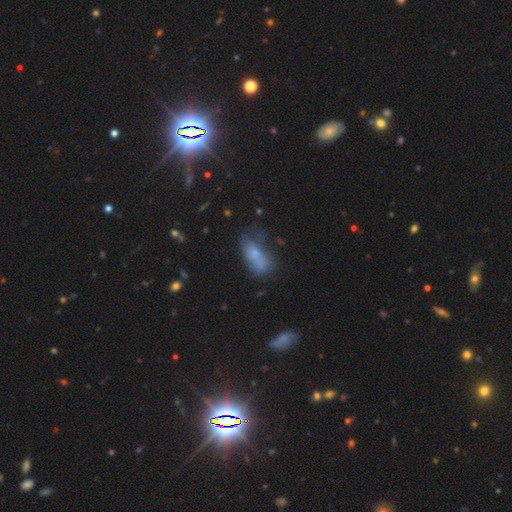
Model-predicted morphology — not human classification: smooth 62%, featured or disk 24%, star or artifact 15%. Down the decision tree: how rounded — in between (81%); merging — none (35%).